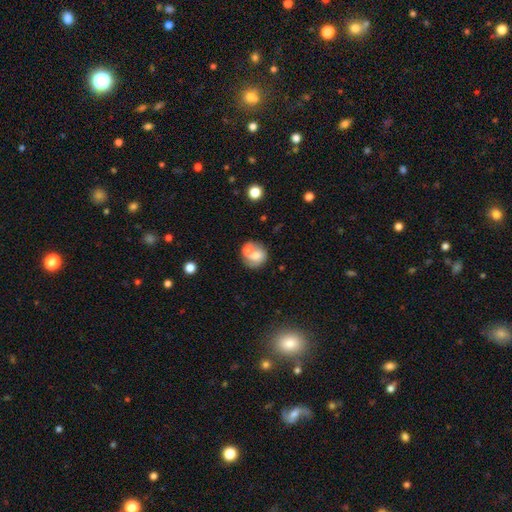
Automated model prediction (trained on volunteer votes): Morphology: type=smooth (59%); roundness=round (76%); merging=merger (45%).